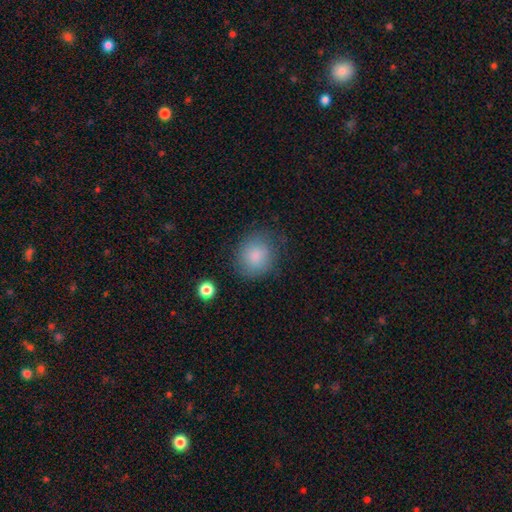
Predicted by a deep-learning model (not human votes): Morphology: type=smooth (84%); roundness=round (76%); merging=none (73%).